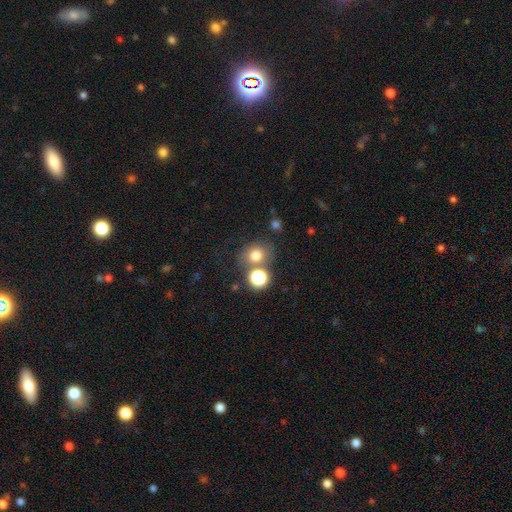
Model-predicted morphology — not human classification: type=smooth (74%); roundness=round (67%); merging=none (66%).